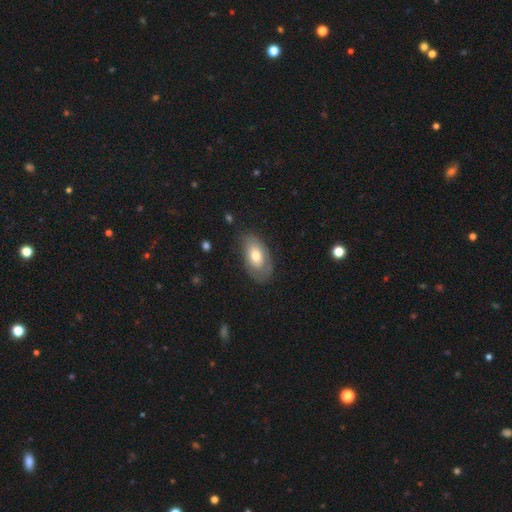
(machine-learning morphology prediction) Smooth or featured?
  - smooth: 65% *
  - featured or disk: 28%
  - star or artifact: 7%
How rounded?
  - in between: 93% *
  - round: 5%
  - cigar-shaped: 2%
Merging?
  - none: 69% *
  - minor disturbance: 22%
  - major disturbance: 7%
  - merger: 2%